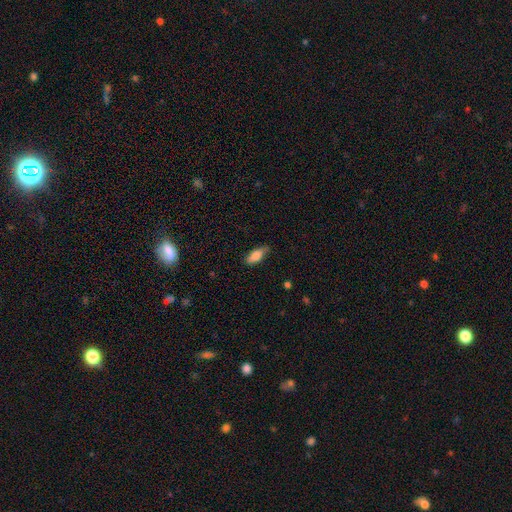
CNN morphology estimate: Overall: smooth (78%). How rounded: in between (75%). Merging: none (73%).